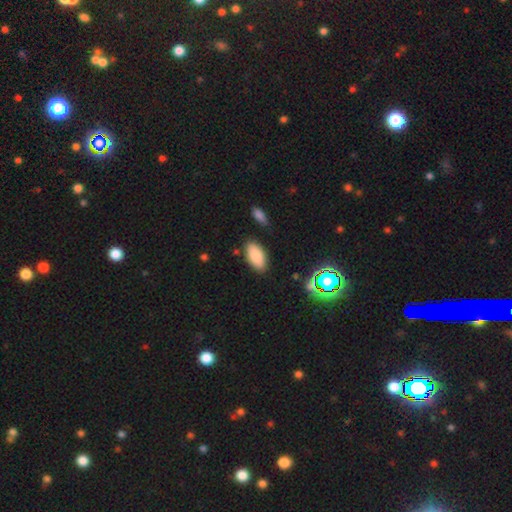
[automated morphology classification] smooth 85%, star or artifact 9%, featured or disk 7%. Down the decision tree: how rounded — in between (93%); merging — none (83%).